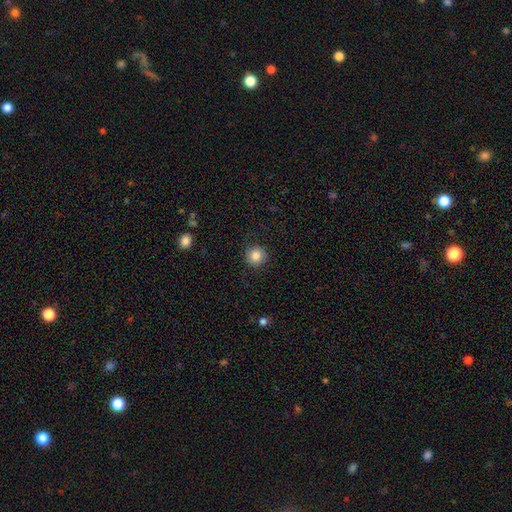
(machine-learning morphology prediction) The model was most divided on "smooth or featured": smooth: 85%, star or artifact: 10%, featured or disk: 5%. More confident: how rounded — round (93%); merging — none (88%).